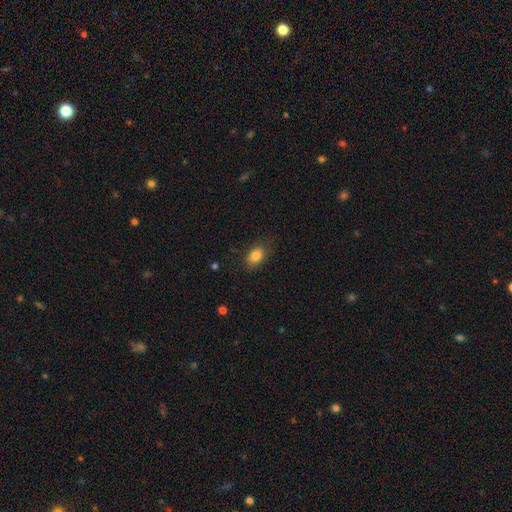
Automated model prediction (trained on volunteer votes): Morphology: type=smooth (84%); roundness=in between (75%); merging=none (81%).